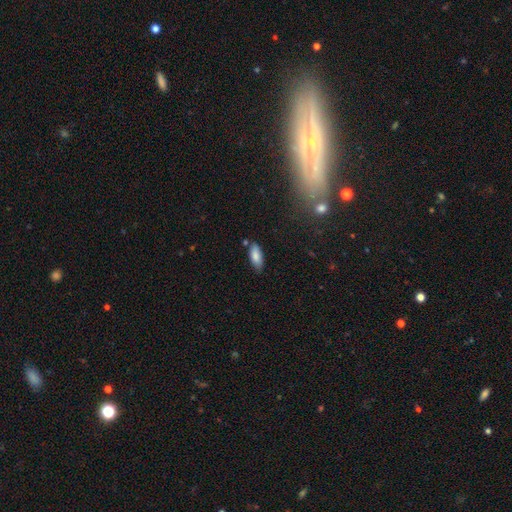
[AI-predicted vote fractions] smooth 83%, featured or disk 10%, star or artifact 7%. Down the decision tree: how rounded — in between (78%); merging — none (76%).